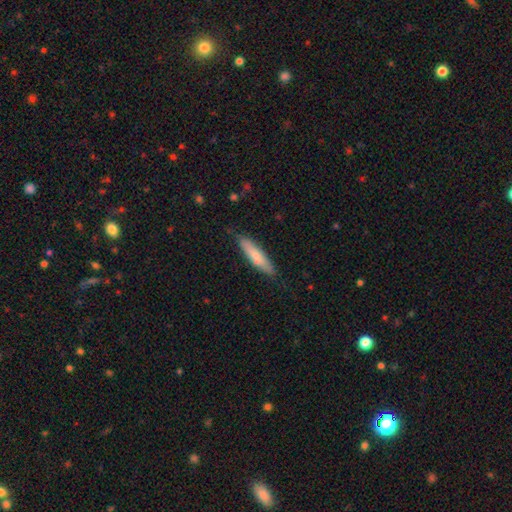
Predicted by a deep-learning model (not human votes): smooth-or-featured: smooth: 72% | featured or disk: 22% | star or artifact: 5%
  how-rounded: cigar-shaped: 81% | in between: 17% | round: 1%
  merging: none: 82% | minor disturbance: 15% | major disturbance: 2% | merger: 1%